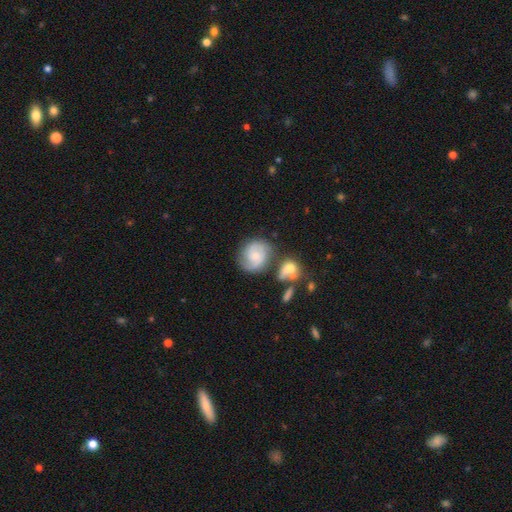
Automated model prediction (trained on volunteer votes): A featured or disk galaxy (59%) with no bar (62%), 2 (75%) medium (45%) spiral arms (90%) and a moderate central bulge (44%).

Vote fractions:
- Smooth or featured? featured or disk: 59% / smooth: 34% / star or artifact: 7%
- Edge-on disk? no: 97% / yes: 3%
- Bar? no: 62% / weak: 33% / strong: 5%
- Spiral arms? yes: 90% / no: 10%
- Spiral winding? medium: 45% / tight: 37% / loose: 19%
- Spiral arm count? 2: 75% / can't tell: 13% / 3: 5% / 1: 4% / 4: 2% / more than 4: 2%
- Bulge size? moderate: 44% / small: 43% / none: 7% / large: 5% / dominant: 1%
- Merging? none: 59% / merger: 17% / minor disturbance: 17% / major disturbance: 7%